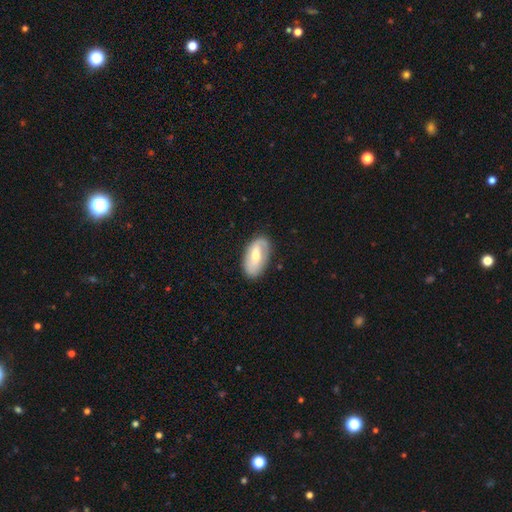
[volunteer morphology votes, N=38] Smooth or featured? featured or disk (66%)
Edge-on disk? no (96%)
Bar? no (38%)
Spiral arms? yes (75%)
Spiral winding? medium (50%)
Spiral arm count? 2 (61%)
Bulge size? moderate (62%)
Merging? none (81%)